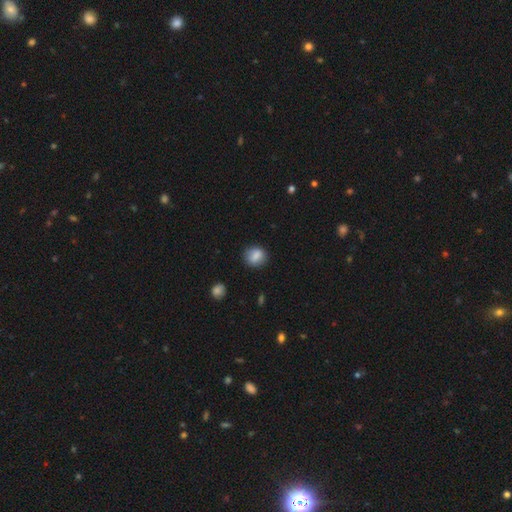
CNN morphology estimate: smooth_or_featured: smooth (p=0.83) [alt: star or artifact p=0.09]
how_rounded: round (p=0.69) [alt: in between p=0.29]
merging: none (p=0.82) [alt: minor disturbance p=0.13]